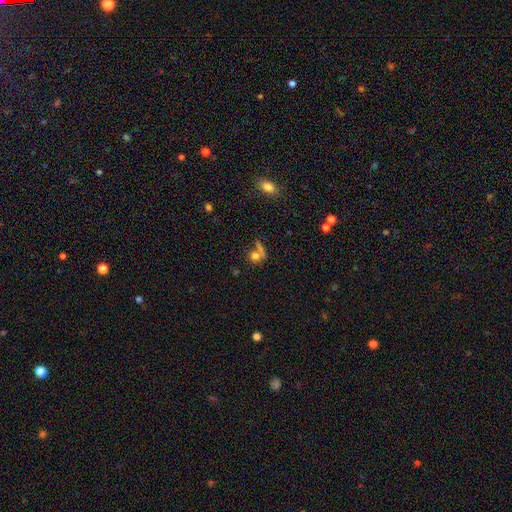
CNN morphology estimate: Smooth or featured?
  - smooth: 72% *
  - star or artifact: 16%
  - featured or disk: 12%
How rounded?
  - round: 79% *
  - in between: 17%
  - cigar-shaped: 4%
Merging?
  - none: 56% *
  - merger: 26%
  - minor disturbance: 11%
  - major disturbance: 8%